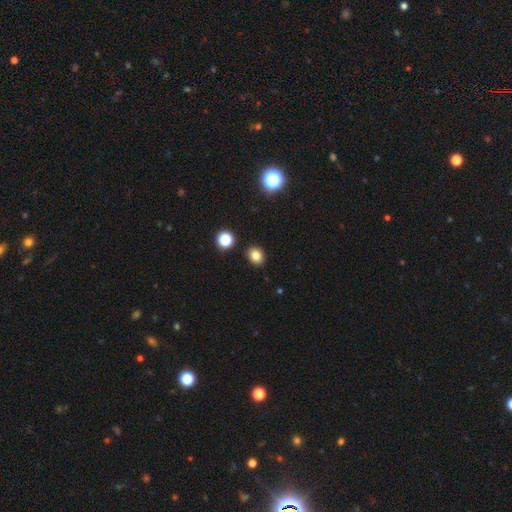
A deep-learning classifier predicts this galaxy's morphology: A smooth galaxy with no disk features (81%) that is round (60%). Merging: none (89%).